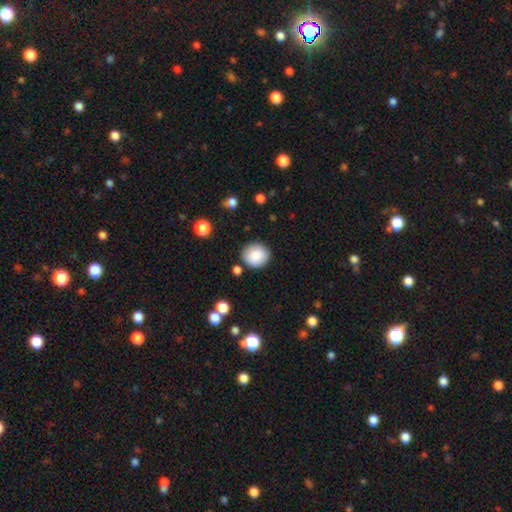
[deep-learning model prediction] The model was most divided on "how rounded": round: 85%, in between: 14%, cigar-shaped: 1%. More confident: smooth or featured — smooth (86%); merging — none (85%).